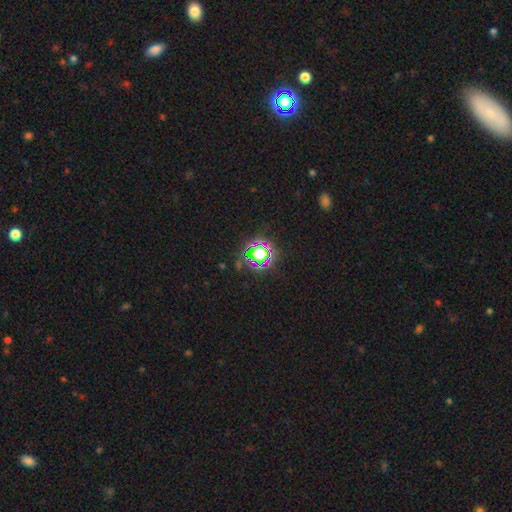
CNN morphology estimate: A star or artifact, not a galaxy (60%).